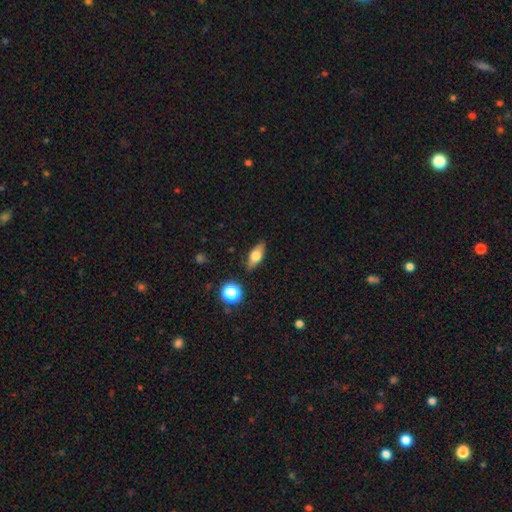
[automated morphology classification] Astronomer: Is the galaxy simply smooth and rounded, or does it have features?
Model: smooth — 57% (runner-up: featured or disk, 34%).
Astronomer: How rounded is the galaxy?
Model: in between — 69%.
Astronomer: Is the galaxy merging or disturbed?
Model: none — 85%.